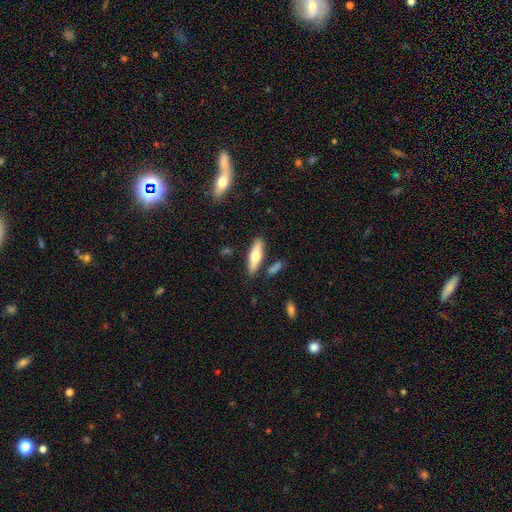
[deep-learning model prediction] This appears to be a smooth galaxy with no disk features (59%) that is cigar-shaped (56%). Merging: none (82%).